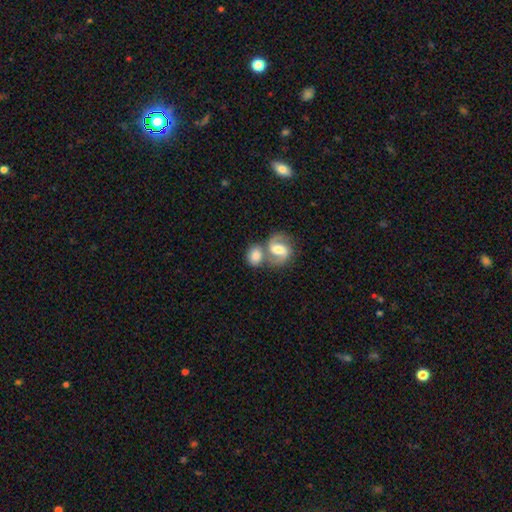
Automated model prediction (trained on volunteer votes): Smooth or featured? Predicted: smooth (p=0.53). How rounded? Predicted: in between (p=0.57). Merging? Predicted: merger (p=0.50).